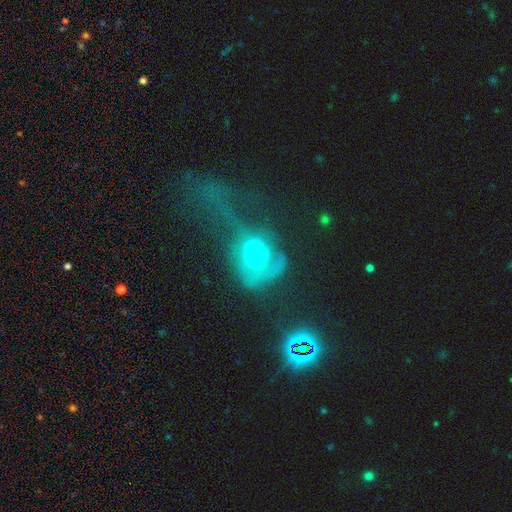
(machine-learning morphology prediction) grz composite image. It shows a featured or disk galaxy (54%) with no bar (81%), no spiral arms (50%, tied with yes) and a moderate central bulge (55%). Merging: major disturbance (59%).